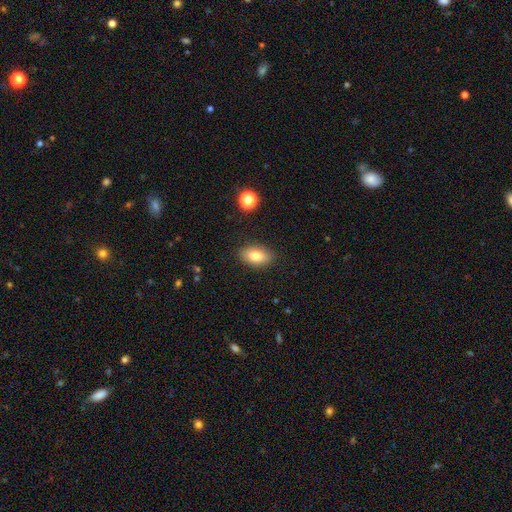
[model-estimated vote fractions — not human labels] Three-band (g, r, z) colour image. It shows a smooth galaxy with no disk features (79%) that is in between round and cigar-shaped (89%). Merging: none (87%).